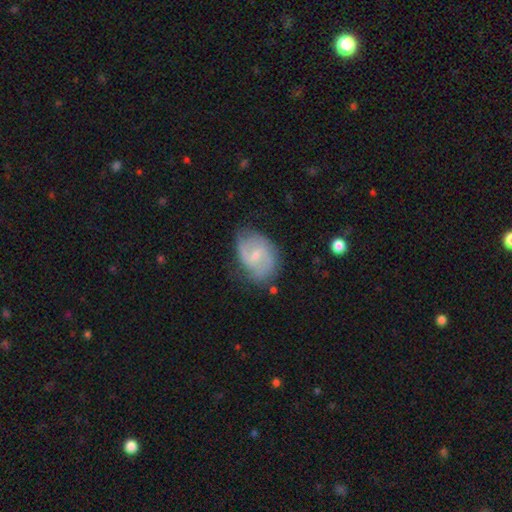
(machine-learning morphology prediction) A featured or disk galaxy (72%) with a weak bar (56%), 2 (78%) medium (47%) spiral arms (90%) and a small central bulge (62%).

Vote fractions:
- Smooth or featured? featured or disk: 72% / smooth: 22% / star or artifact: 6%
- Edge-on disk? no: 97% / yes: 3%
- Bar? weak: 56% / no: 33% / strong: 11%
- Spiral arms? yes: 90% / no: 10%
- Spiral winding? medium: 47% / loose: 32% / tight: 21%
- Spiral arm count? 2: 78% / can't tell: 12% / 3: 4% / 1: 3% / 4: 1% / more than 4: 1%
- Bulge size? small: 62% / moderate: 33% / none: 3% / large: 1% / dominant: 1%
- Merging? none: 65% / minor disturbance: 25% / major disturbance: 8% / merger: 2%